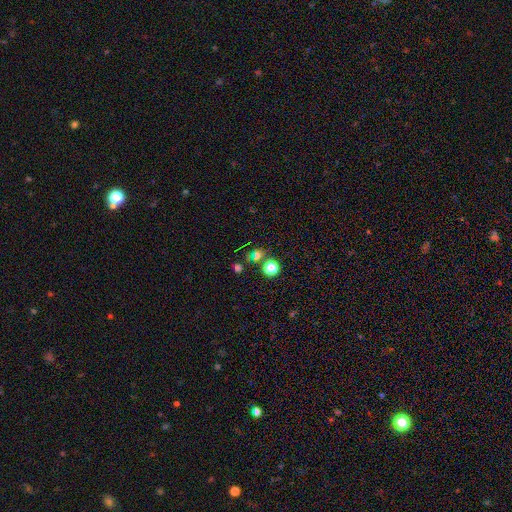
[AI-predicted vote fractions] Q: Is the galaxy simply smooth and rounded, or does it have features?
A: smooth — 54%.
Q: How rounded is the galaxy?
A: round — 76%.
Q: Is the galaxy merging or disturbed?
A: none — 67%.